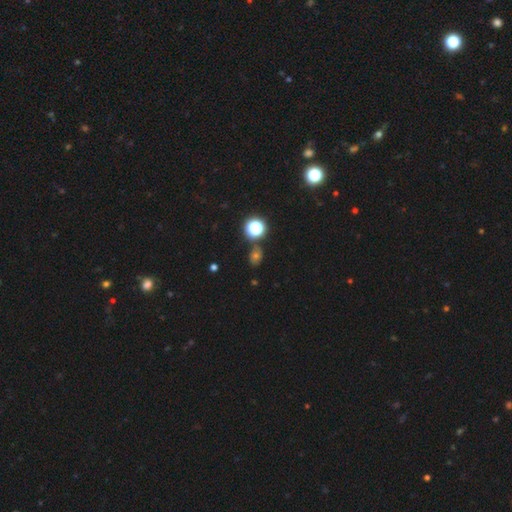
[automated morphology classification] Smooth or featured? Predicted: smooth (p=0.47). Merging? Predicted: none (p=0.78).